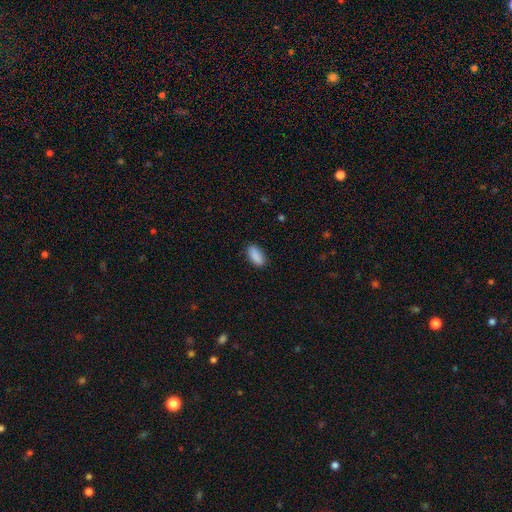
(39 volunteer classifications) Smooth or featured: smooth — 79% (star or artifact — 13%)
How rounded: in between — 90% (cigar-shaped — 10%)
Merging: none — 85% (minor disturbance — 9%)